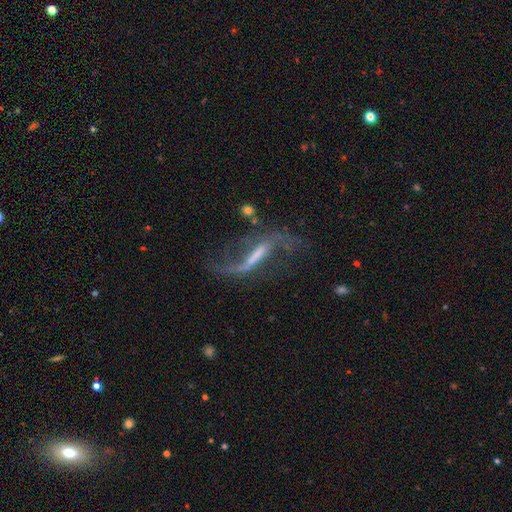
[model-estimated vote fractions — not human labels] Q: Smooth or featured?
A: featured or disk (82%); runner-up: smooth (10%)
Q: Edge-on disk?
A: no (84%); runner-up: yes (16%)
Q: Bar?
A: strong (62%); runner-up: weak (25%)
Q: Spiral arms?
A: yes (89%); runner-up: no (11%)
Q: Spiral winding?
A: loose (89%); runner-up: medium (8%)
Q: Spiral arm count?
A: 2 (86%); runner-up: 1 (8%)
Q: Bulge size?
A: none (48%); runner-up: small (26%)
Q: Merging?
A: none (52%); runner-up: major disturbance (24%)